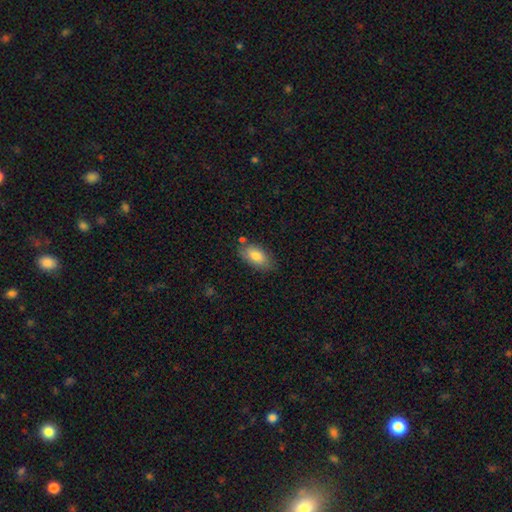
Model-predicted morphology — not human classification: smooth-or-featured: smooth: 82% | featured or disk: 11% | star or artifact: 6%
  how-rounded: in between: 92% | cigar-shaped: 5% | round: 3%
  merging: none: 72% | minor disturbance: 18% | merger: 5% | major disturbance: 4%